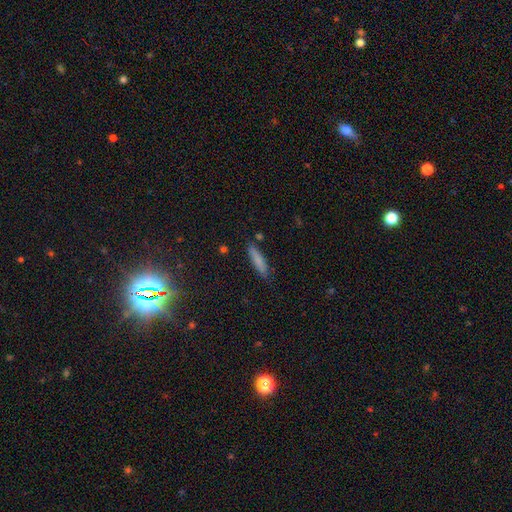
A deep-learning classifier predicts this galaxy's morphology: Smooth or featured? Predicted: smooth (p=0.66). How rounded? Predicted: cigar-shaped (p=0.84). Merging? Predicted: none (p=0.84).